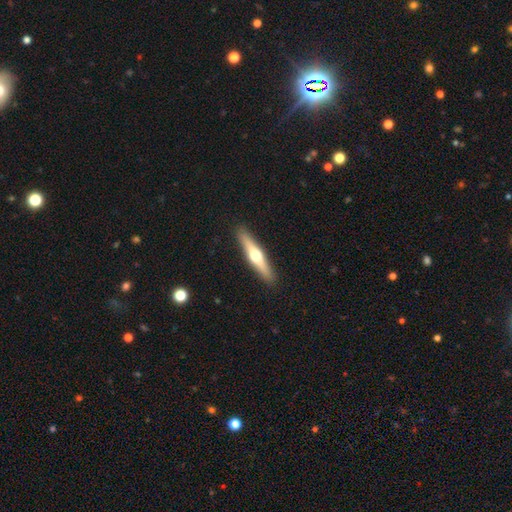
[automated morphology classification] This is possibly a featured or disk galaxy (57%). It is clearly viewed edge-on (95%). Edge-on bulge: clearly rounded (93%). Merging: clearly none (91%).